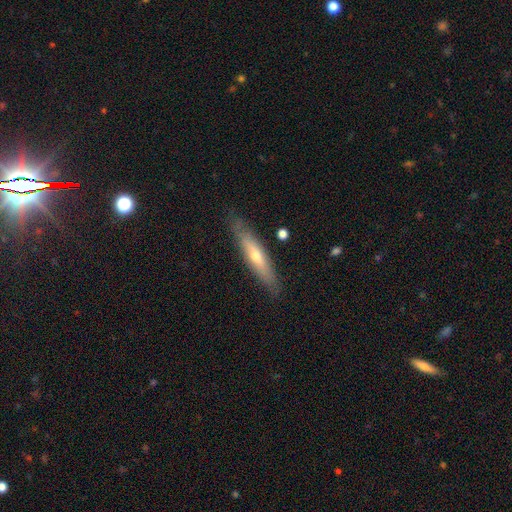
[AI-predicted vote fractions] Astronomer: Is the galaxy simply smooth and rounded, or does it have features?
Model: smooth — 48% (runner-up: featured or disk, 46%).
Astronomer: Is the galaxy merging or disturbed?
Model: none — 82%.